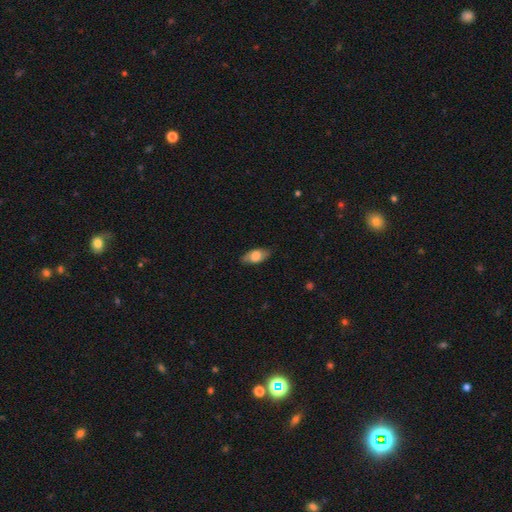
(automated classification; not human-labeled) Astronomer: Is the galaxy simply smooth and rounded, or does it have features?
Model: smooth — 73%.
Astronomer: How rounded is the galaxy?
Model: in between — 89%.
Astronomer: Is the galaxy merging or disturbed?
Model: none — 83%.